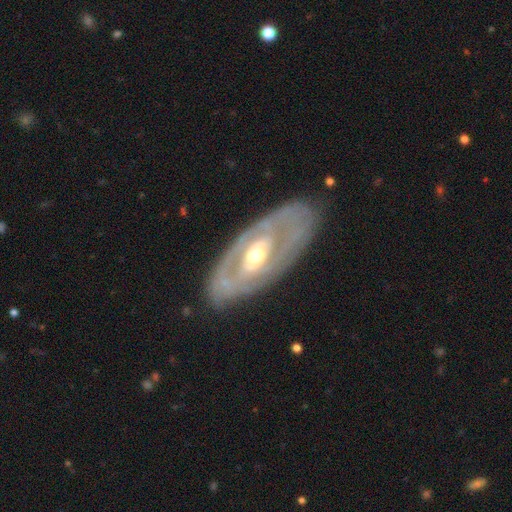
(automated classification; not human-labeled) Overall: featured or disk (78%). Edge-on disk: no (85%). Bar: no (49%; weak 30%). Spiral arms: no (59%; yes 41%). Bulge size: moderate (64%; small 30%). Merging: none (82%).